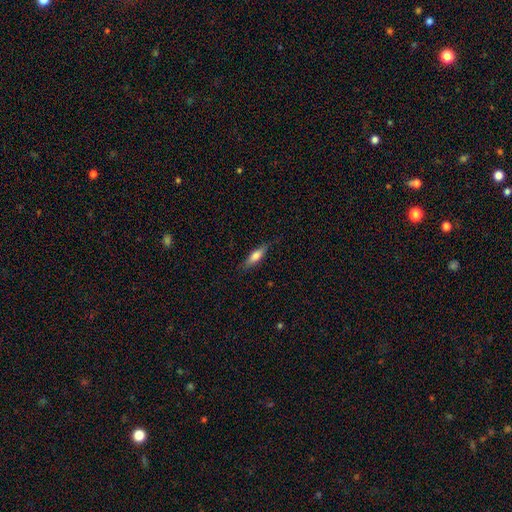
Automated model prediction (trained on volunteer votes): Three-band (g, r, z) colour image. It shows a smooth galaxy with no disk features (65%) that is cigar-shaped (61%). Merging: none (82%).